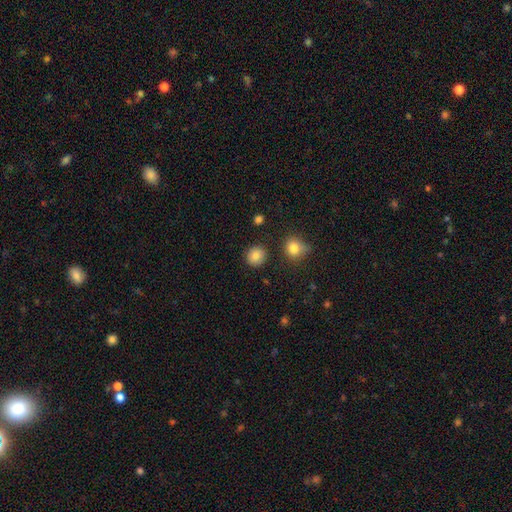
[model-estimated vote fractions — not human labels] Overall: smooth (84%). How rounded: round (87%). Merging: none (88%).